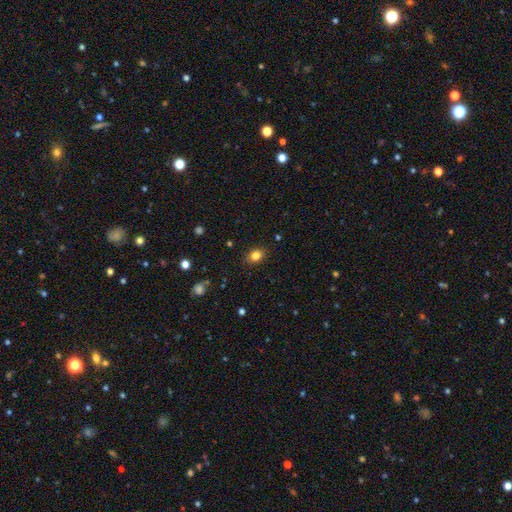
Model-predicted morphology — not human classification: smooth 83%, star or artifact 11%, featured or disk 6%. Down the decision tree: how rounded — in between (59%); merging — none (87%).